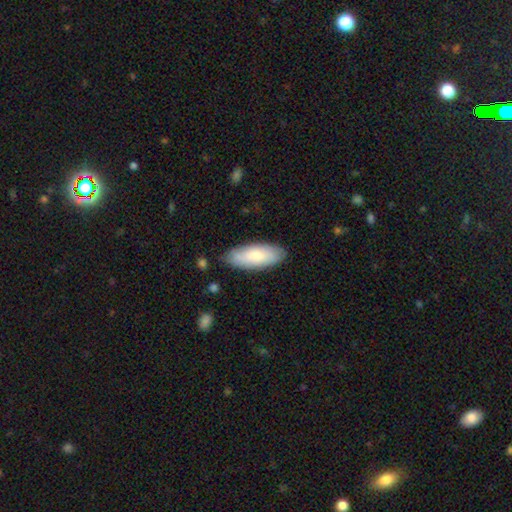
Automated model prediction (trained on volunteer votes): A smooth galaxy with no disk features (76%) that is in between round and cigar-shaped (77%). Merging: none (82%).